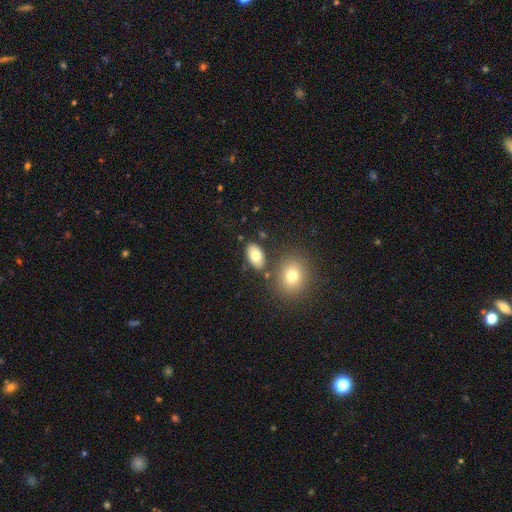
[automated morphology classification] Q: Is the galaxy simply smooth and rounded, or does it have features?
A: smooth — 76%.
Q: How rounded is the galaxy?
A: in between — 90%.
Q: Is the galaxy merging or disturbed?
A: none — 78%.